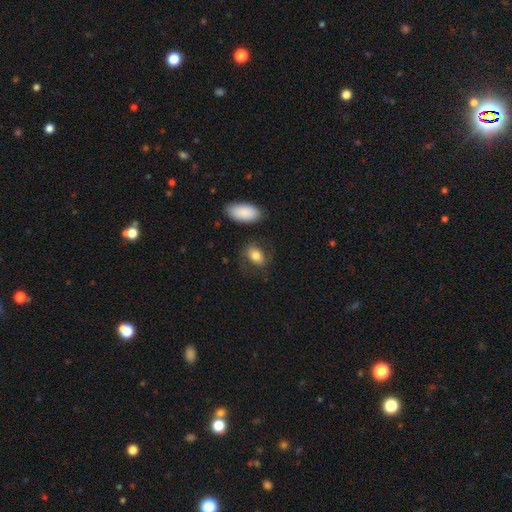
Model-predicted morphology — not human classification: Smooth or featured?
  - smooth: 77% *
  - featured or disk: 16%
  - star or artifact: 8%
How rounded?
  - in between: 83% *
  - round: 14%
  - cigar-shaped: 3%
Merging?
  - none: 71% *
  - minor disturbance: 17%
  - major disturbance: 8%
  - merger: 4%